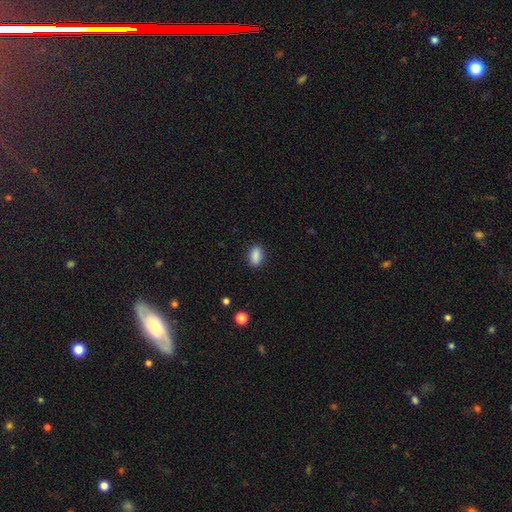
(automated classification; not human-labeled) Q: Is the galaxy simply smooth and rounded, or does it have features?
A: smooth — 89%.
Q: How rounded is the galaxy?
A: in between — 89%.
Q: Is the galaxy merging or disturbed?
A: none — 88%.